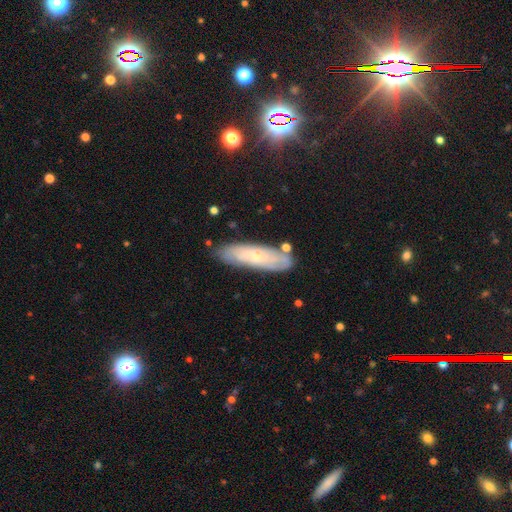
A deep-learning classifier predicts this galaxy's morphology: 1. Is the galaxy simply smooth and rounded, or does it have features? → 46% featured or disk (tied), 46% smooth (tied), 8% star or artifact.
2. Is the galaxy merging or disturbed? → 78% none, 15% minor disturbance, 4% merger, 3% major disturbance.